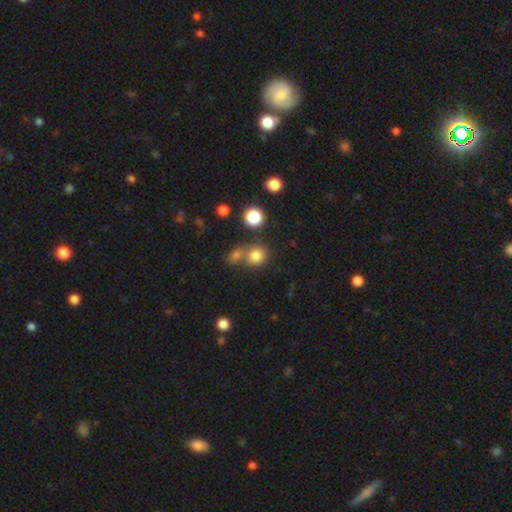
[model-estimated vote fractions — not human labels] Smooth or featured? smooth (78%)
How rounded? round (82%)
Merging? none (55%)